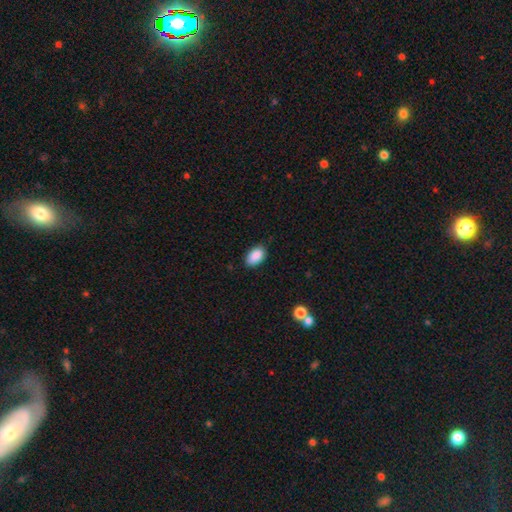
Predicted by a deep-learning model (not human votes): Overall: smooth (89%). How rounded: in between (92%). Merging: none (83%).